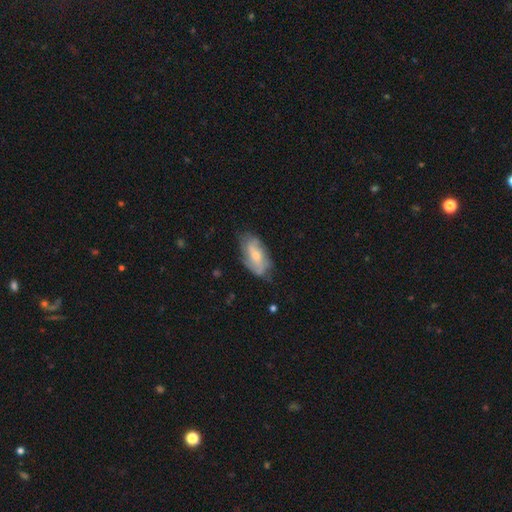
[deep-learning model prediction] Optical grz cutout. It shows a featured or disk galaxy (56%) with no bar (58%), spiral arms (77%) and a small central bulge (49%). Merging: none (64%).